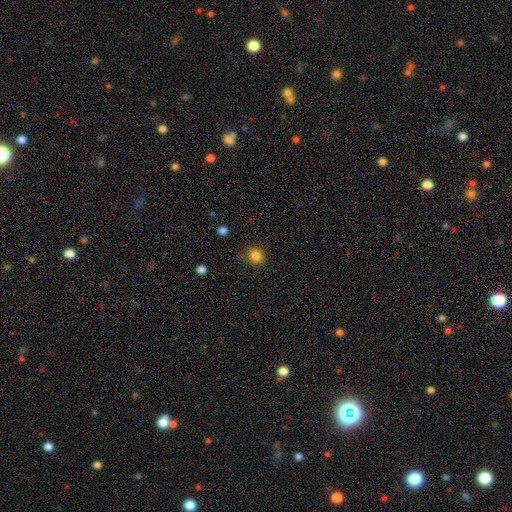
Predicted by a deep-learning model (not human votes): smooth-or-featured: smooth: 83% | star or artifact: 12% | featured or disk: 5%
  how-rounded: round: 82% | in between: 17% | cigar-shaped: 1%
  merging: none: 81% | minor disturbance: 12% | merger: 4% | major disturbance: 3%